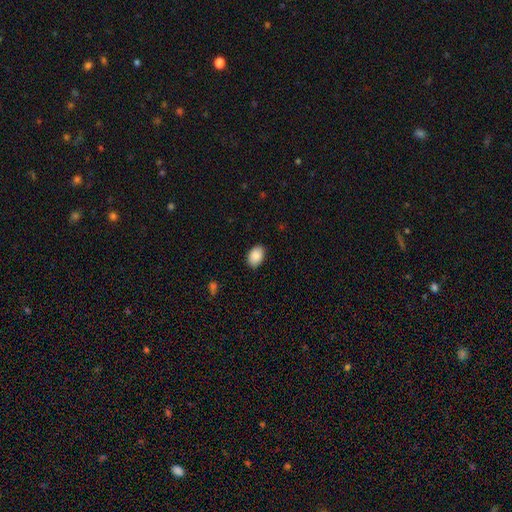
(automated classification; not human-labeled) Q: Smooth or featured?
A: smooth (88%); runner-up: star or artifact (7%)
Q: How rounded?
A: in between (85%); runner-up: round (14%)
Q: Merging?
A: none (87%); runner-up: minor disturbance (10%)